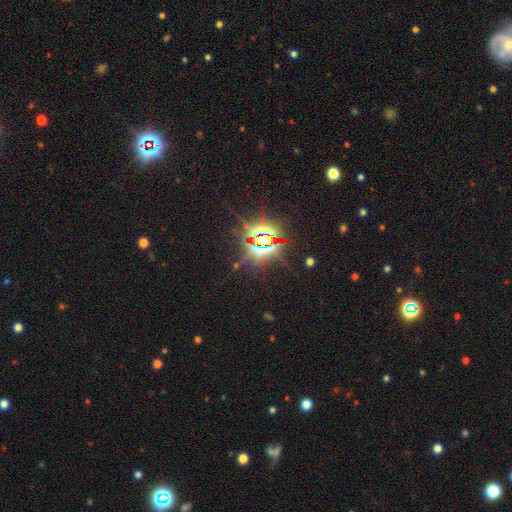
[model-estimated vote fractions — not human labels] Overall: star or artifact (85%).